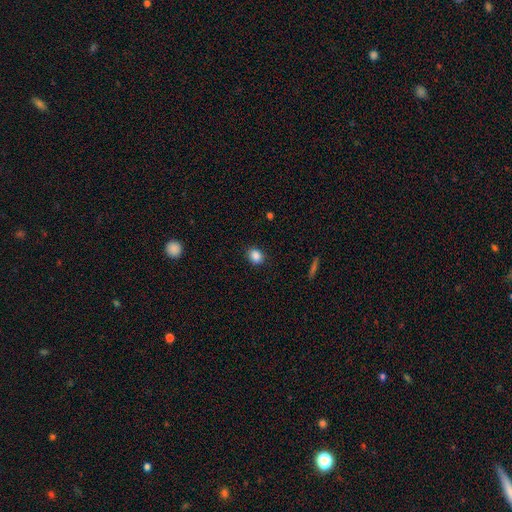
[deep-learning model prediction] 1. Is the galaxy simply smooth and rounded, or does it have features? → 86% smooth, 10% star or artifact, 4% featured or disk.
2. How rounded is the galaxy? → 59% round, 40% in between, 1% cigar-shaped.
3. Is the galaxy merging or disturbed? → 87% none, 10% minor disturbance, 3% major disturbance, 1% merger.